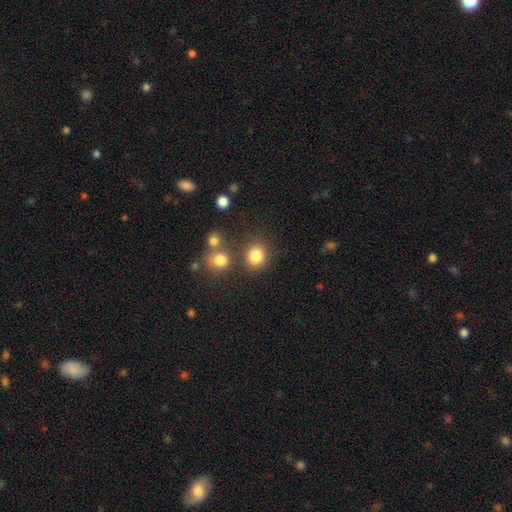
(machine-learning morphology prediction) This is clearly a smooth galaxy (83%). How rounded: likely round (79%). Merging: likely none (75%).